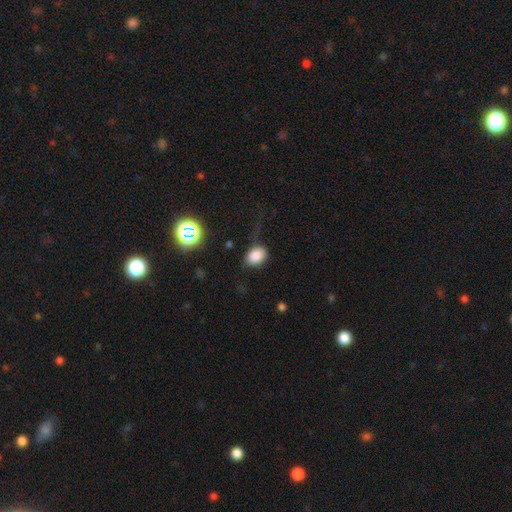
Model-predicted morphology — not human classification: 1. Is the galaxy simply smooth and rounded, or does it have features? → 82% smooth, 11% star or artifact, 7% featured or disk.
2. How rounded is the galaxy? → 70% in between, 29% round, 1% cigar-shaped.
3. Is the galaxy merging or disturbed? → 61% none, 22% minor disturbance, 14% major disturbance, 3% merger.